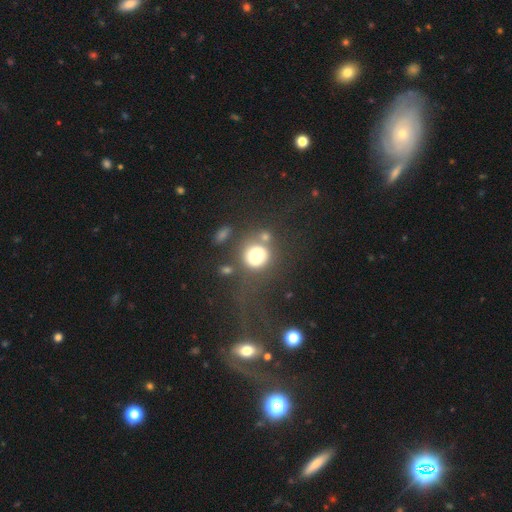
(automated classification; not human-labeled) Q: Smooth or featured?
A: smooth (72%); runner-up: featured or disk (15%)
Q: How rounded?
A: round (78%); runner-up: in between (21%)
Q: Merging?
A: none (50%); runner-up: merger (21%)